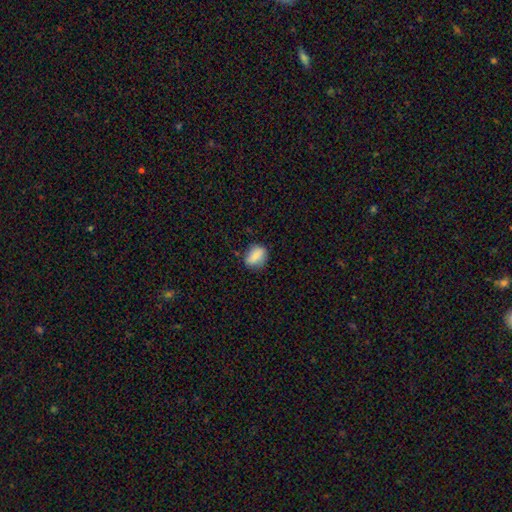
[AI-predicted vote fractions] Smooth or featured? Predicted: smooth (p=0.82). How rounded? Predicted: in between (p=0.66). Merging? Predicted: none (p=0.72).